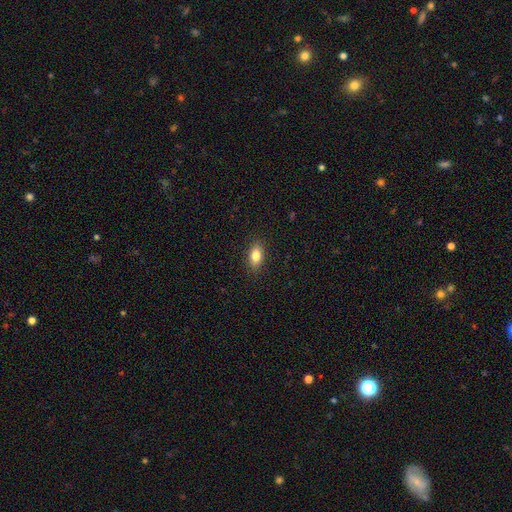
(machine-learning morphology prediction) smooth_or_featured: smooth (p=0.83) [alt: featured or disk p=0.09]
how_rounded: in between (p=0.86) [alt: round p=0.08]
merging: none (p=0.88) [alt: minor disturbance p=0.09]